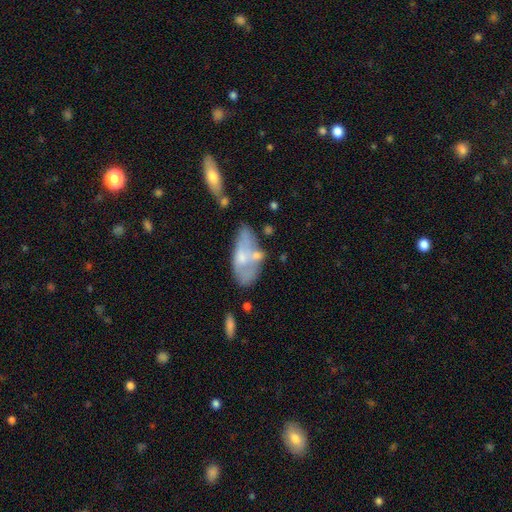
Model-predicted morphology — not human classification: The model was most divided on "smooth or featured": smooth: 47%, featured or disk: 45%, star or artifact: 8%. Remaining: merging — none (30%).